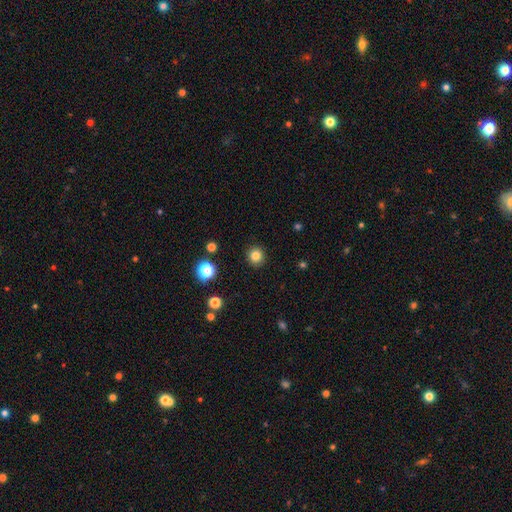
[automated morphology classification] Q: Smooth or featured?
A: smooth (82%); runner-up: star or artifact (13%)
Q: How rounded?
A: round (91%); runner-up: in between (8%)
Q: Merging?
A: none (92%); runner-up: minor disturbance (5%)